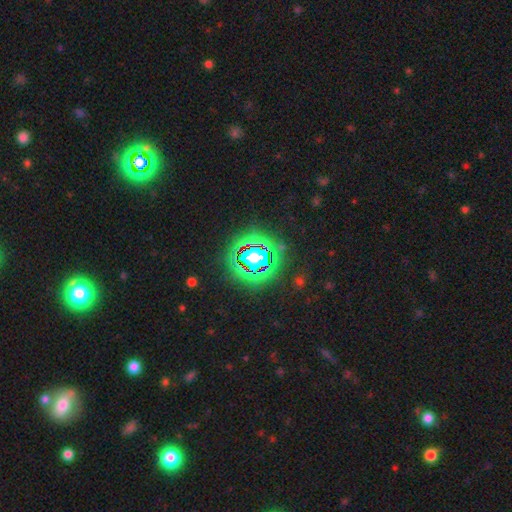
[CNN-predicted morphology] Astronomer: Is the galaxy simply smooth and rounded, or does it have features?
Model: star or artifact — 75%.